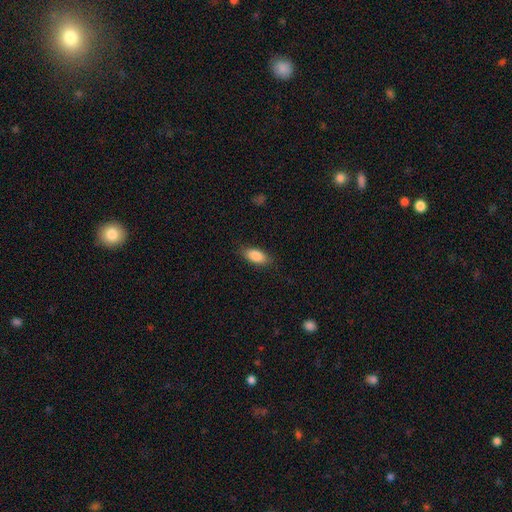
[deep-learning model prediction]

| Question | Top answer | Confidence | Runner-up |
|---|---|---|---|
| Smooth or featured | smooth | 86% | featured or disk (7%) |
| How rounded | in between | 86% | cigar-shaped (11%) |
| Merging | none | 84% | minor disturbance (12%) |